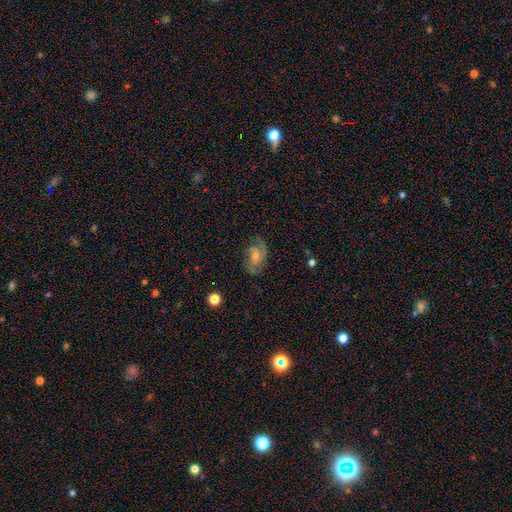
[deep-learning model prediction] featured or disk 69%, smooth 18%, star or artifact 13%. Down the decision tree: edge-on disk — no (96%); bar — no (53%); spiral arms — yes (92%); spiral arm count — 2 (47%); spiral winding — medium (45%); bulge size — small (49%); merging — none (73%).